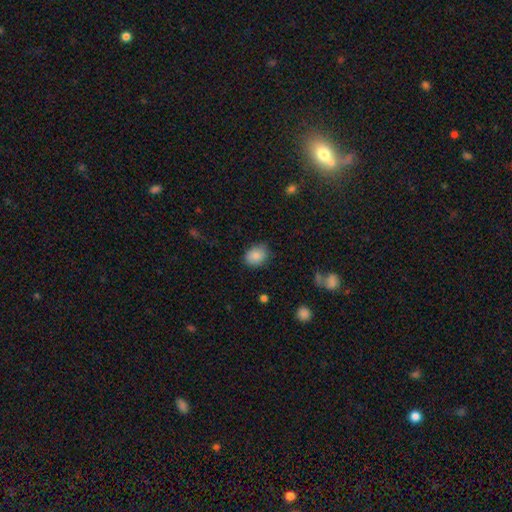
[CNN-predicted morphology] This is clearly a smooth galaxy (87%). How rounded: likely in between (65%). Merging: likely none (79%).